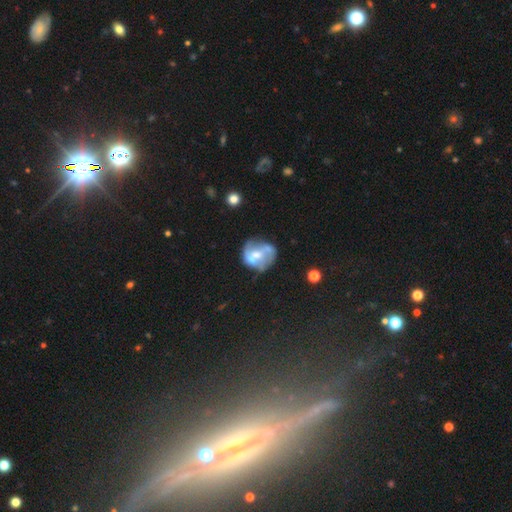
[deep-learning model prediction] smooth-or-featured: featured or disk: 61% | smooth: 31% | star or artifact: 9%
  disk-edge-on: no: 97% | yes: 3%
    bar: no: 60% | weak: 29% | strong: 11%
    has-spiral-arms: no: 57% | yes: 43%
    bulge-size: moderate: 53% | small: 27% | none: 10% | large: 8% | dominant: 2%
  merging: none: 41% | minor disturbance: 22% | merger: 19% | major disturbance: 18%